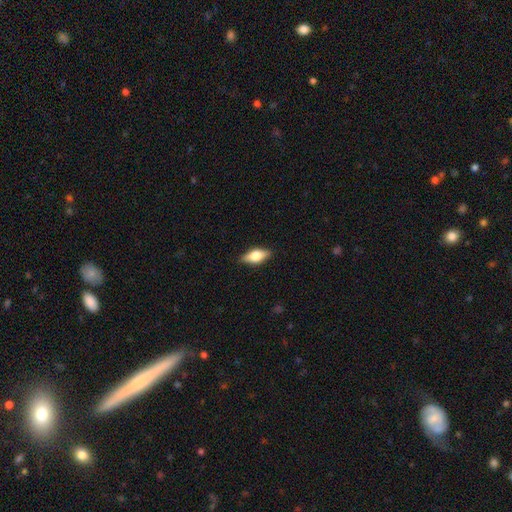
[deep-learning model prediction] Smooth or featured? Predicted: smooth (p=0.61). How rounded? Predicted: in between (p=0.80). Merging? Predicted: none (p=0.87).